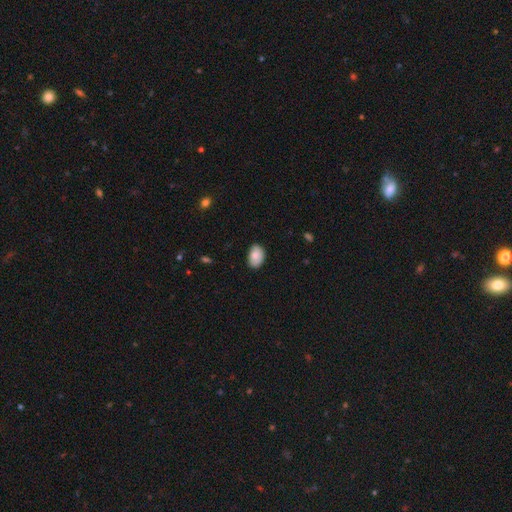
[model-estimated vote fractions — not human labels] Overall: smooth (84%). How rounded: in between (88%). Merging: none (82%).